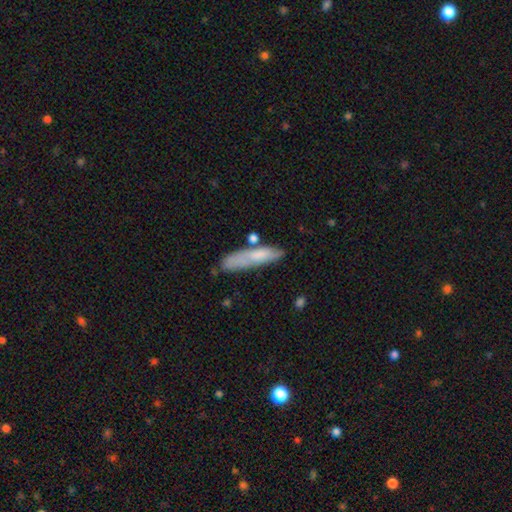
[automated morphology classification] smooth-or-featured: smooth: 70% | featured or disk: 23% | star or artifact: 7%
  how-rounded: cigar-shaped: 77% | in between: 21% | round: 2%
  merging: none: 61% | minor disturbance: 22% | merger: 11% | major disturbance: 7%